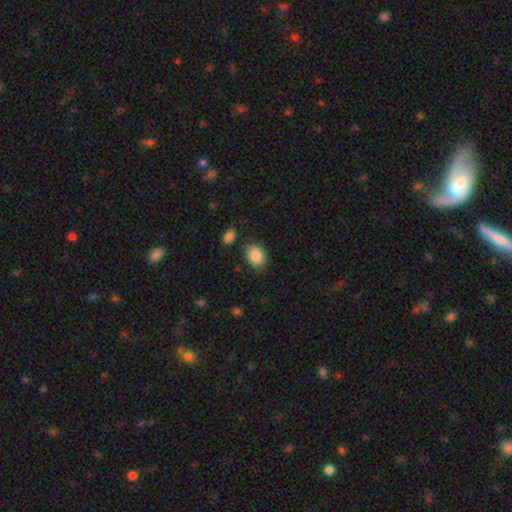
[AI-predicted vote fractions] smooth 88%, star or artifact 7%, featured or disk 5%. Down the decision tree: how rounded — in between (76%); merging — none (82%).